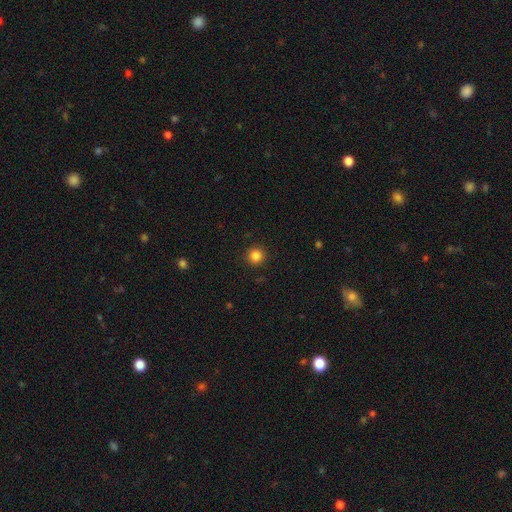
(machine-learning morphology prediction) Overall: smooth (85%). How rounded: round (95%). Merging: none (91%).